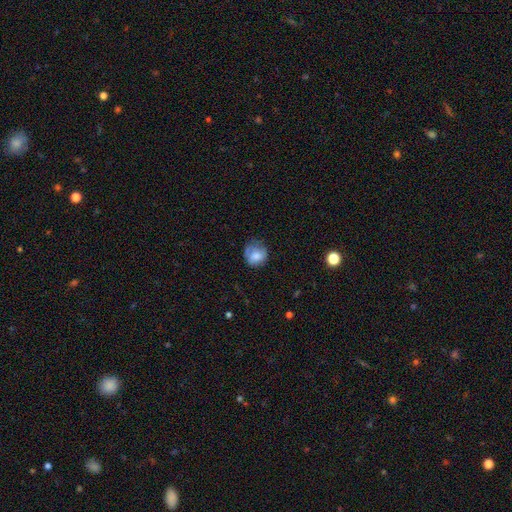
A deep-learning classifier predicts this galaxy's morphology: Smooth or featured?
  - smooth: 75% *
  - featured or disk: 16%
  - star or artifact: 9%
How rounded?
  - round: 80% *
  - in between: 19%
  - cigar-shaped: 1%
Merging?
  - none: 56% *
  - minor disturbance: 29%
  - major disturbance: 12%
  - merger: 2%